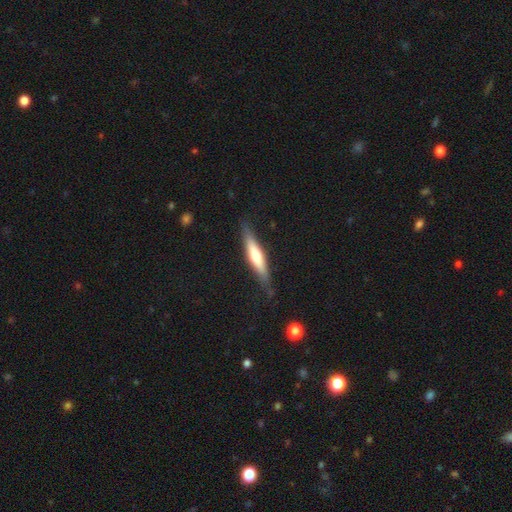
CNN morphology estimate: Smooth or featured? smooth (50%)
How rounded? cigar-shaped (85%)
Merging? none (82%)